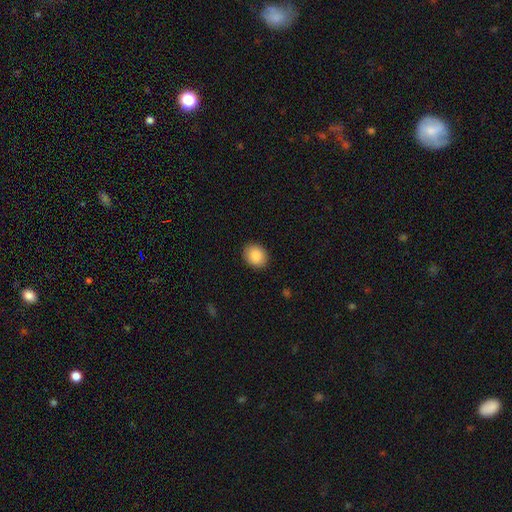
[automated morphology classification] smooth 87%, star or artifact 8%, featured or disk 5%. Down the decision tree: how rounded — round (56%); merging — none (90%).